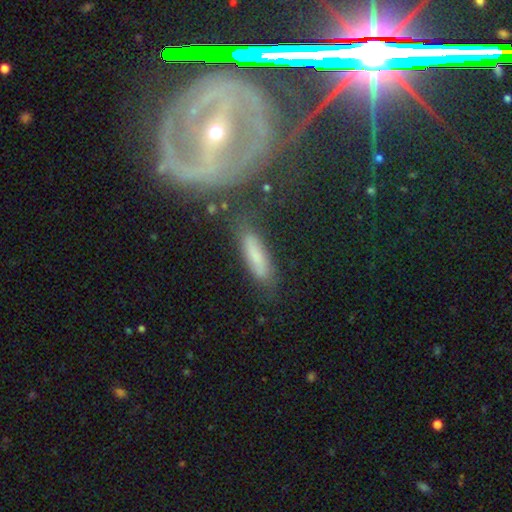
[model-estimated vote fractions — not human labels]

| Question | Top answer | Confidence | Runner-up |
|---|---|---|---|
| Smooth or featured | smooth | 64% | featured or disk (27%) |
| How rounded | cigar-shaped | 68% | in between (29%) |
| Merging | none | 70% | minor disturbance (18%) |